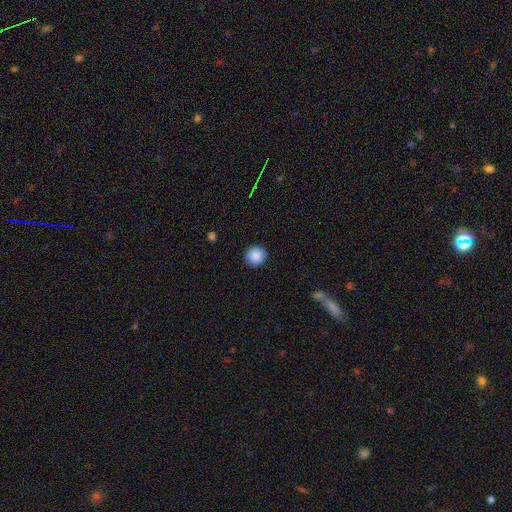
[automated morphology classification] This appears to be a smooth galaxy with no disk features (88%) that is round (93%). Merging: none (92%).